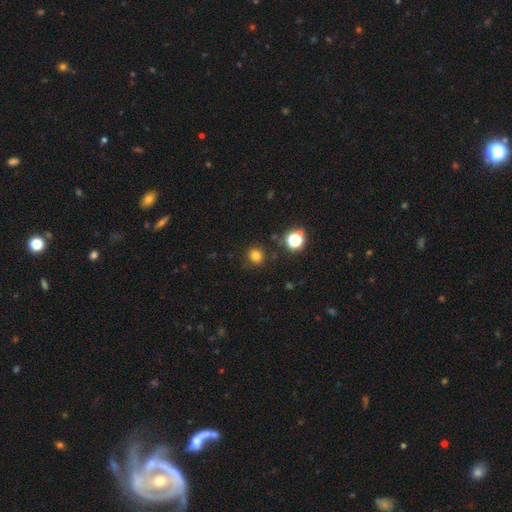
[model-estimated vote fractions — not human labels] The model was most divided on "smooth or featured": smooth: 78%, star or artifact: 17%, featured or disk: 5%. More confident: merging — none (86%); how rounded — round (83%).